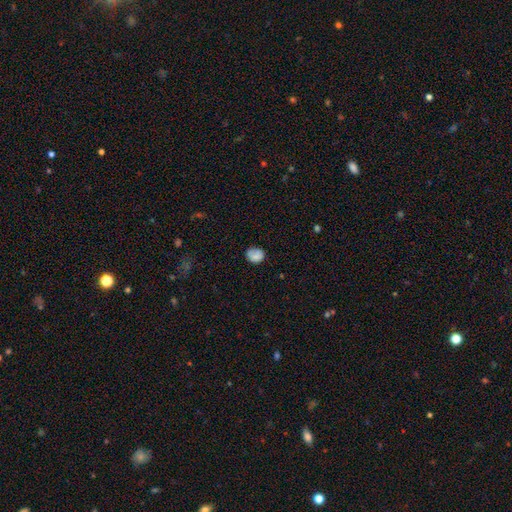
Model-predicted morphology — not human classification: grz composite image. It shows a smooth galaxy with no disk features (76%) that is round (62%). Merging: none (65%).